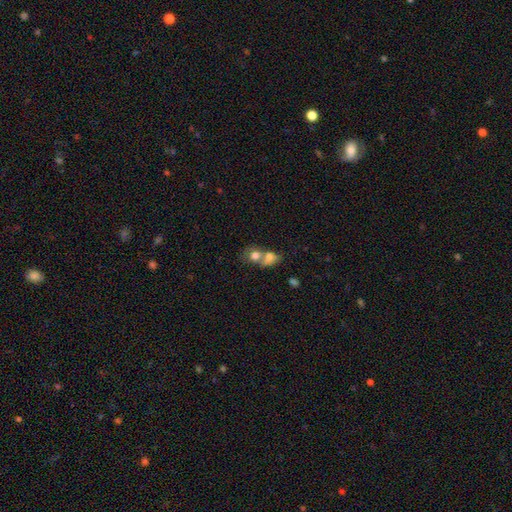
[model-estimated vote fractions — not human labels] This is likely a smooth galaxy (71%). How rounded: possibly round (55%). Merging: likely merger (71%).